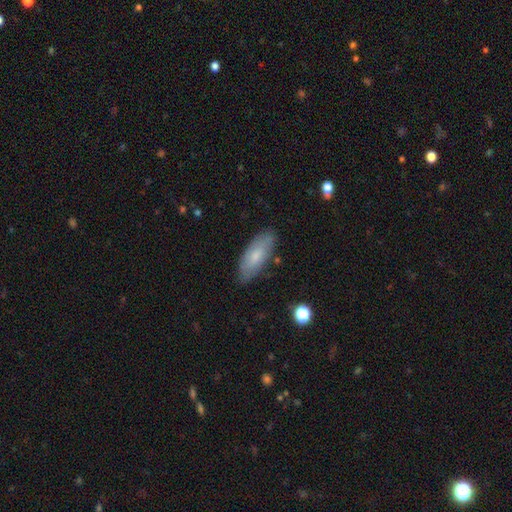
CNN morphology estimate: smooth 70%, featured or disk 24%, star or artifact 6%. Down the decision tree: how rounded — in between (77%); merging — none (81%).